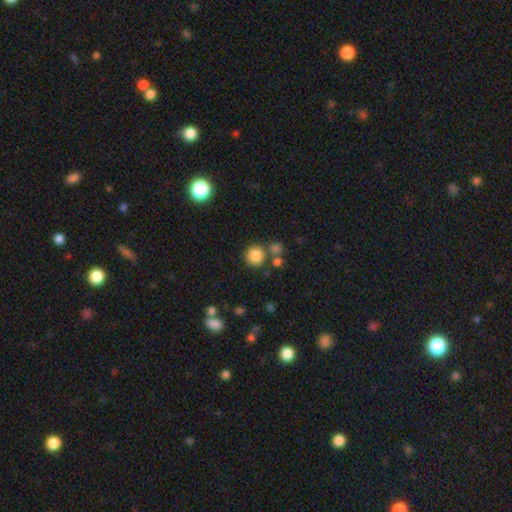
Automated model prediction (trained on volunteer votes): A smooth galaxy with no disk features (84%) that is round (92%). Merging: none (74%).